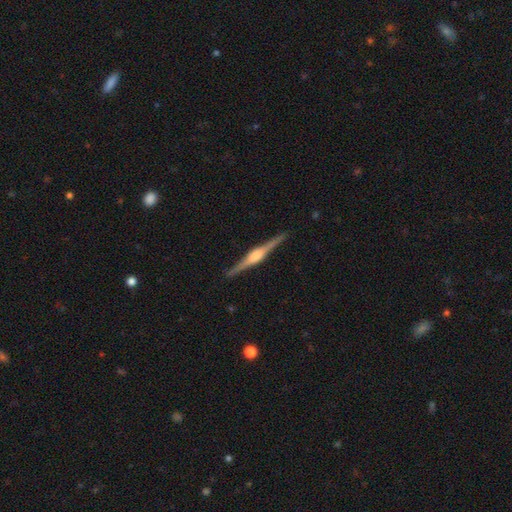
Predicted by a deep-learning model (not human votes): Q: Smooth or featured?
A: featured or disk (85%); runner-up: smooth (10%)
Q: Edge-on disk?
A: yes (98%); runner-up: no (2%)
Q: Edge-on bulge?
A: rounded (70%); runner-up: boxy (25%)
Q: Merging?
A: none (91%); runner-up: minor disturbance (7%)